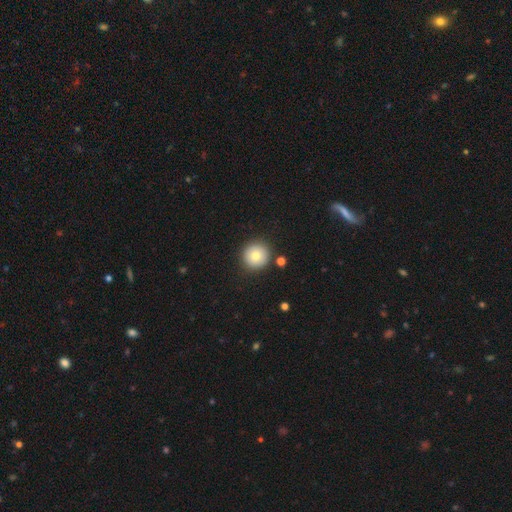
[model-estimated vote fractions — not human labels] Smooth or featured? Predicted: smooth (p=0.77). How rounded? Predicted: round (p=0.96). Merging? Predicted: none (p=0.88).